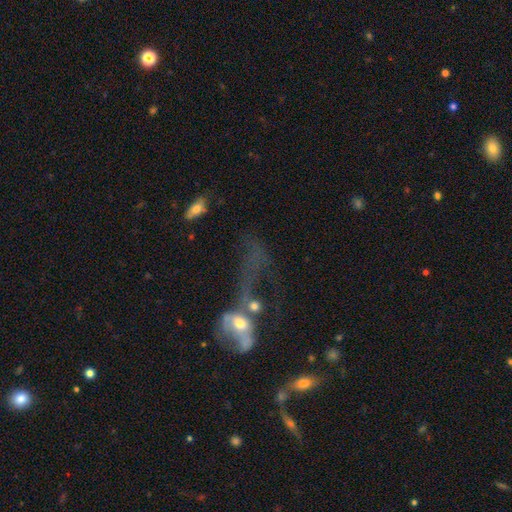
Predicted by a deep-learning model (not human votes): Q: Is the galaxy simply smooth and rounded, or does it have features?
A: featured or disk — 44%.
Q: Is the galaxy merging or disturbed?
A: merger — 46%.